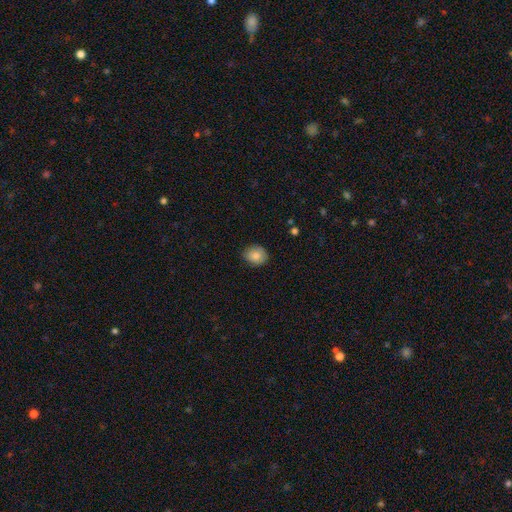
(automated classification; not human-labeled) Overall: smooth (84%). How rounded: round (61%; in between 38%). Merging: none (79%).